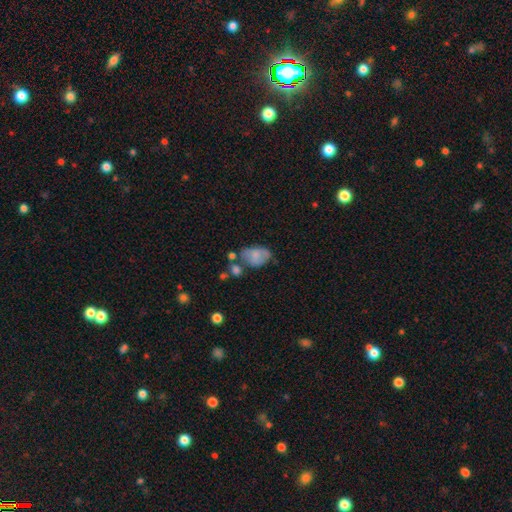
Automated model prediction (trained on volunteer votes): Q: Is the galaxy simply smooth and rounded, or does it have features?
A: smooth — 69%.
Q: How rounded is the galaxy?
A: in between — 86%.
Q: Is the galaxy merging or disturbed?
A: none — 40%.